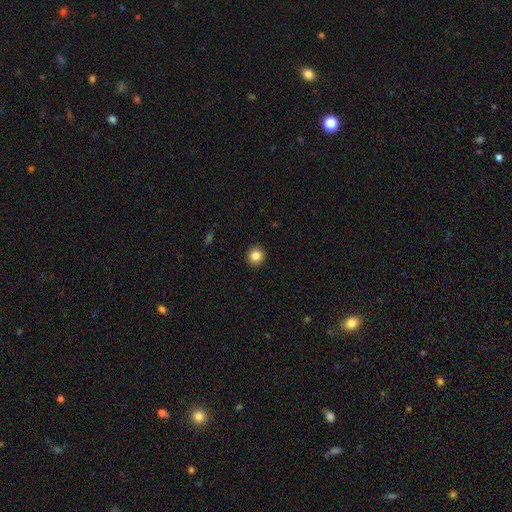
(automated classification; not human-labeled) This is clearly a smooth galaxy (84%). How rounded: clearly round (92%). Merging: clearly none (92%).